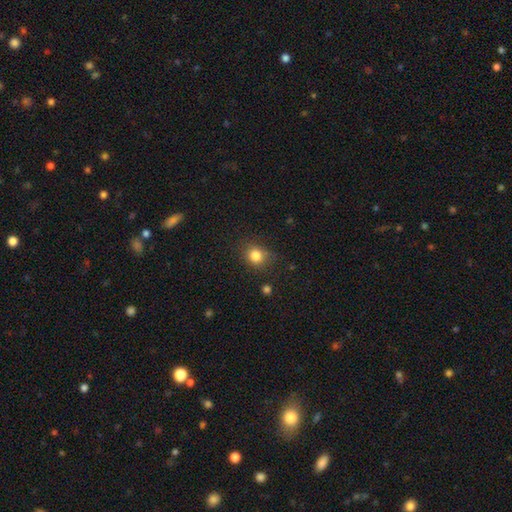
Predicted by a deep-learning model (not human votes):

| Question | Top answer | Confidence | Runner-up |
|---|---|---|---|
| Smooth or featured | smooth | 83% | star or artifact (12%) |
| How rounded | round | 75% | in between (24%) |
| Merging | none | 78% | minor disturbance (16%) |